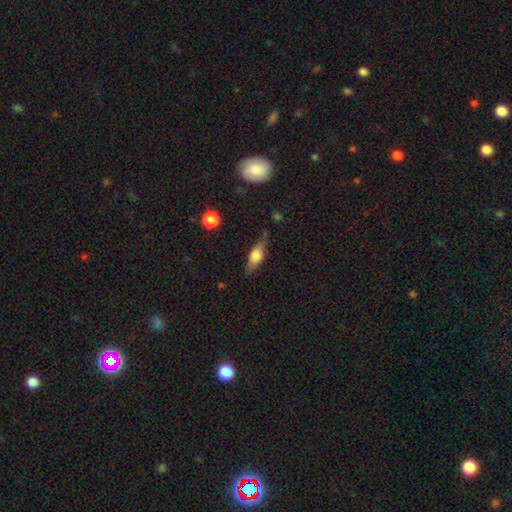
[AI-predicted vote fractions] This appears to be a smooth galaxy with no disk features (48%). Merging: none (73%).